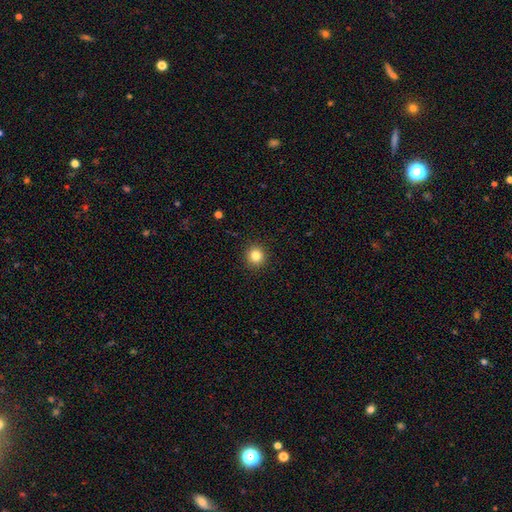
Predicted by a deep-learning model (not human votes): The model was most divided on "smooth or featured": smooth: 84%, star or artifact: 11%, featured or disk: 5%. More confident: how rounded — round (93%); merging — none (92%).